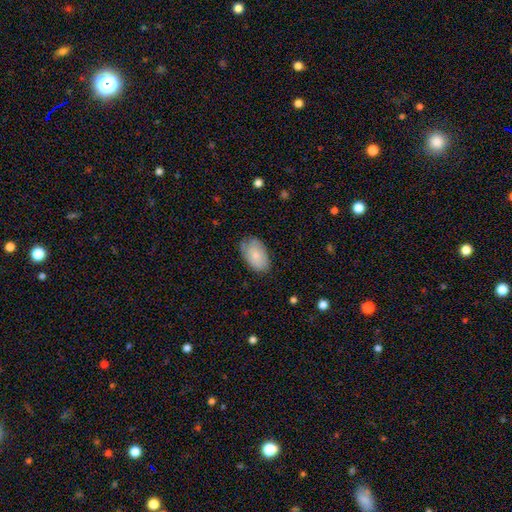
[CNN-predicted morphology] Overall: smooth (79%). How rounded: in between (93%). Merging: none (74%).